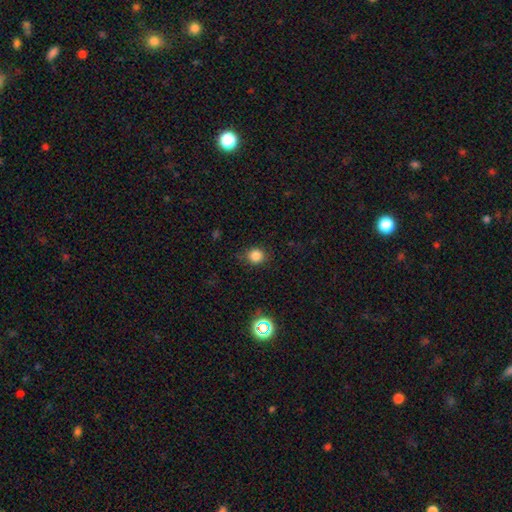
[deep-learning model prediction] A smooth galaxy with no disk features (82%) that is round (86%). Merging: none (82%).